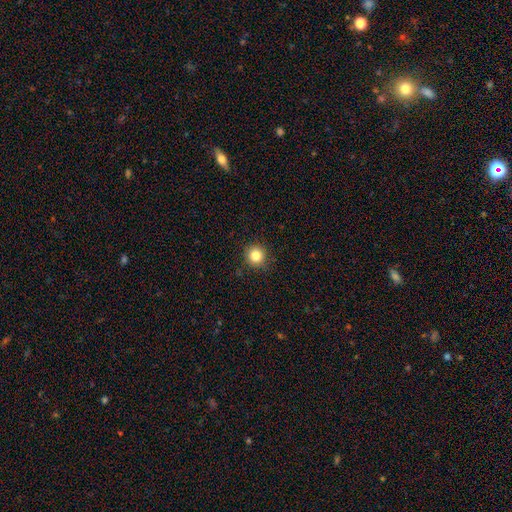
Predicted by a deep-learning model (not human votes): Smooth or featured? smooth (83%)
How rounded? round (93%)
Merging? none (90%)